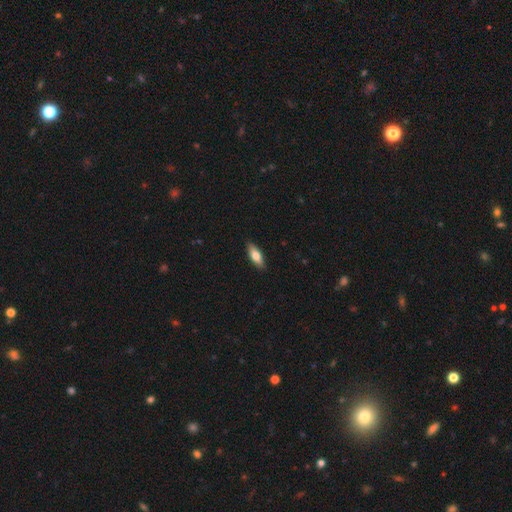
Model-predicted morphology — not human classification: A smooth galaxy with no disk features (75%) that is in between round and cigar-shaped (71%). Merging: none (88%).